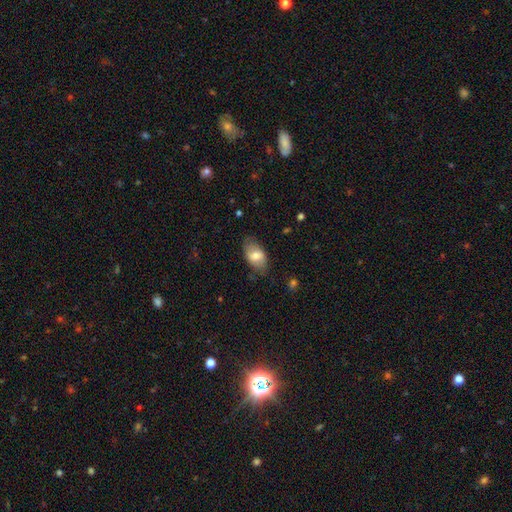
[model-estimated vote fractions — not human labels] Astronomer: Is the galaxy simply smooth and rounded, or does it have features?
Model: smooth — 68%.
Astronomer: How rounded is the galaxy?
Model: in between — 92%.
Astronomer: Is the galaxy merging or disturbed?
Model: none — 76%.